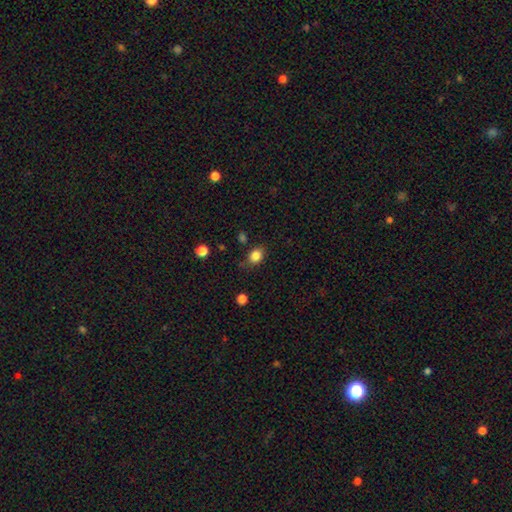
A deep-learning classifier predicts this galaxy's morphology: A smooth galaxy with no disk features (85%) that is in between round and cigar-shaped (57%). Merging: none (75%).